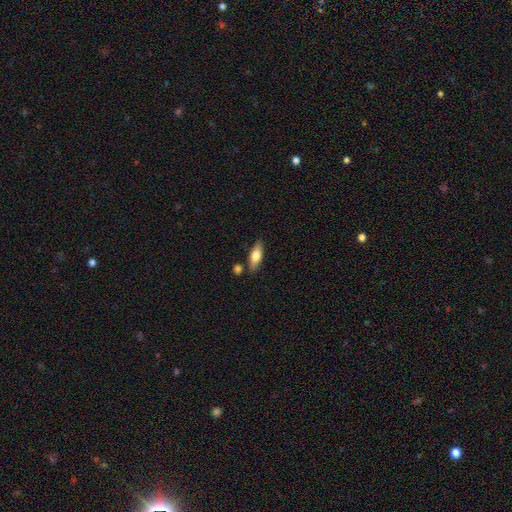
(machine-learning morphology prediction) The model was most divided on "how rounded": in between: 67%, cigar-shaped: 30%, round: 3%. More confident: merging — none (79%); smooth or featured — smooth (71%).